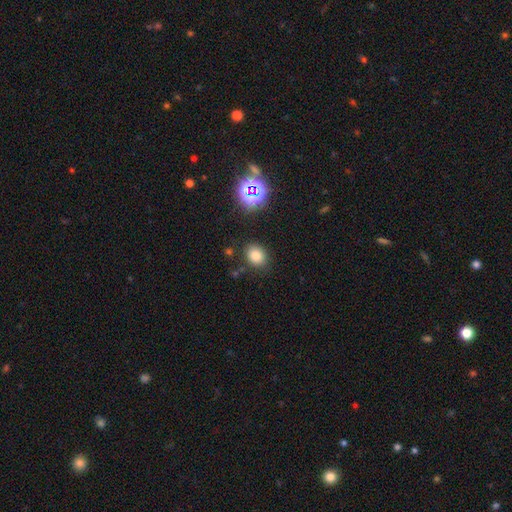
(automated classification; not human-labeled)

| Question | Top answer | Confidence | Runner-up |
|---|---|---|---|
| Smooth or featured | smooth | 77% | star or artifact (15%) |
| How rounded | round | 50% | in between (49%) |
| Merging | none | 84% | minor disturbance (10%) |